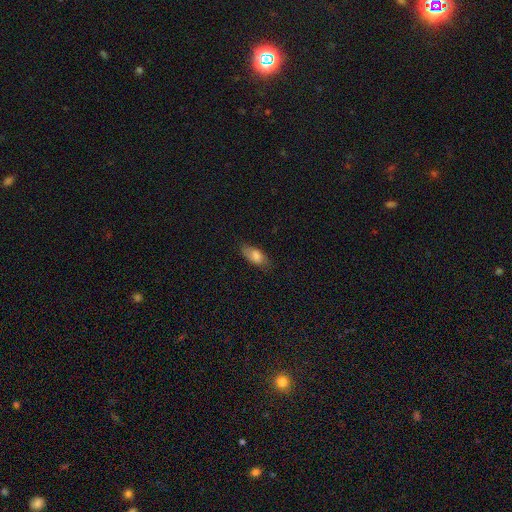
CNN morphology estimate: This appears to be a smooth galaxy with no disk features (78%) that is in between round and cigar-shaped (85%). Merging: none (71%).